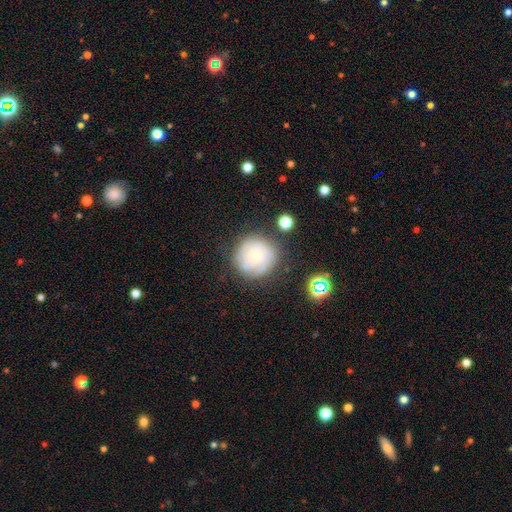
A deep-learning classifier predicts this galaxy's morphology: Overall: smooth (45%; featured or disk 44%). Merging: none (70%).